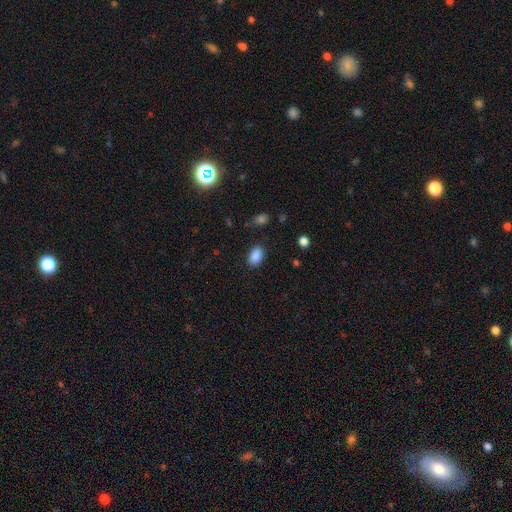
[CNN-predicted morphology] This is clearly a smooth galaxy (88%). How rounded: clearly in between (88%). Merging: clearly none (83%).